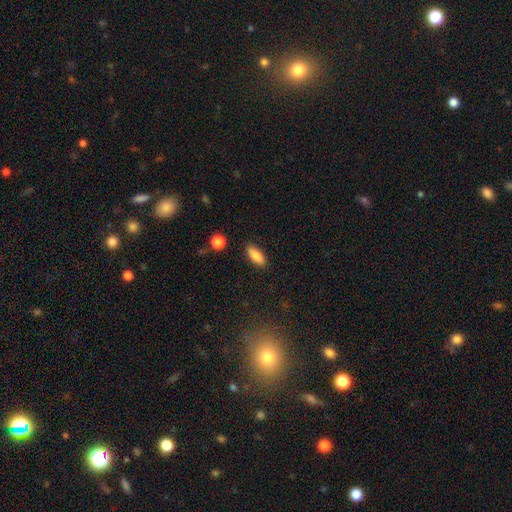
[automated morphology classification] Smooth or featured? Predicted: smooth (p=0.86). How rounded? Predicted: in between (p=0.77). Merging? Predicted: none (p=0.87).